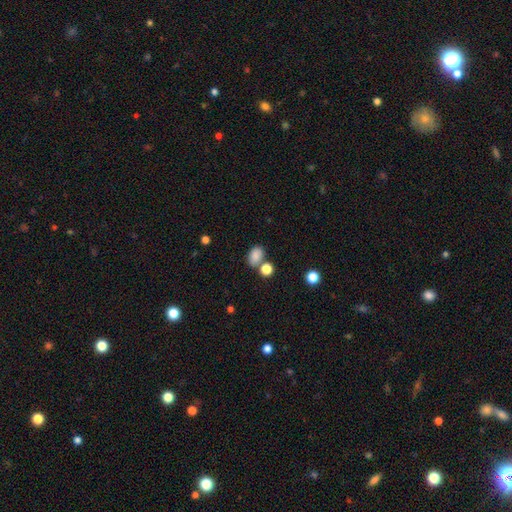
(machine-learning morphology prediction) smooth_or_featured: smooth (p=0.84) [alt: star or artifact p=0.10]
how_rounded: in between (p=0.80) [alt: round p=0.18]
merging: none (p=0.61) [alt: merger p=0.21]